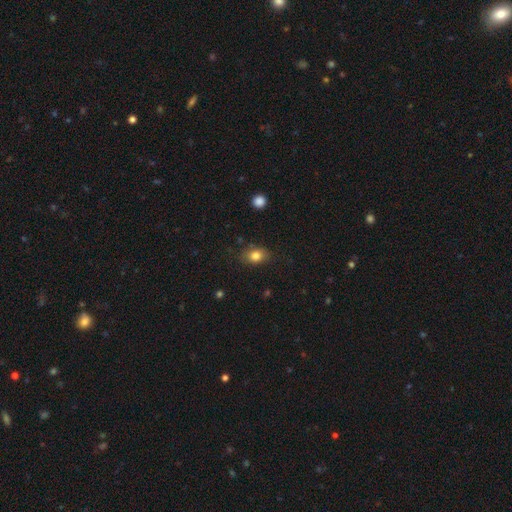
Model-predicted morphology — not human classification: Smooth or featured? Predicted: smooth (p=0.82). How rounded? Predicted: in between (p=0.68). Merging? Predicted: none (p=0.77).